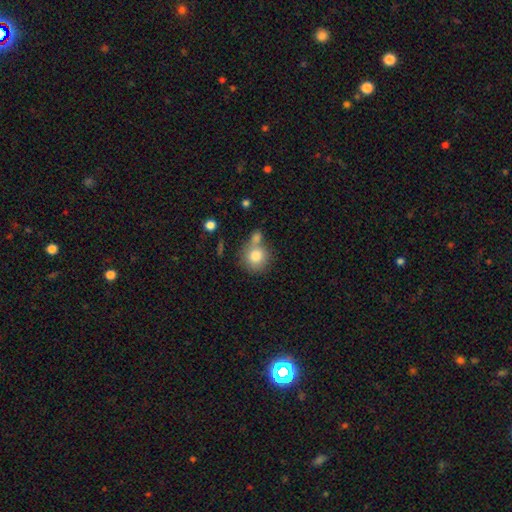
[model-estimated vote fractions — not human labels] The model was most divided on "merging": none: 50%, merger: 33%, minor disturbance: 12%, major disturbance: 5%. More confident: how rounded — round (86%); smooth or featured — smooth (80%).